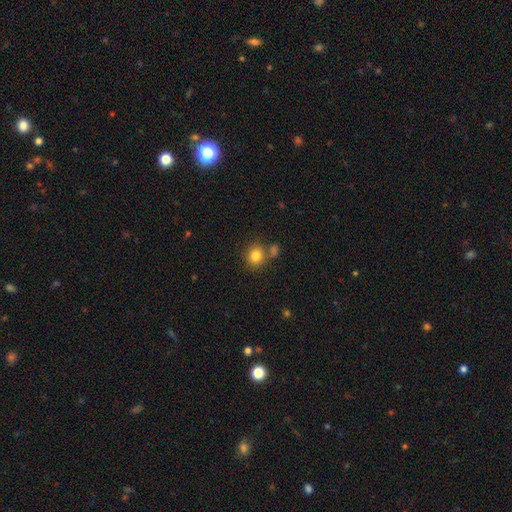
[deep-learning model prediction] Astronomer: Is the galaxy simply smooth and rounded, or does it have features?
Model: smooth — 82%.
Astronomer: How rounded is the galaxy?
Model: round — 78%.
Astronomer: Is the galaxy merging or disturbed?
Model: none — 65%.